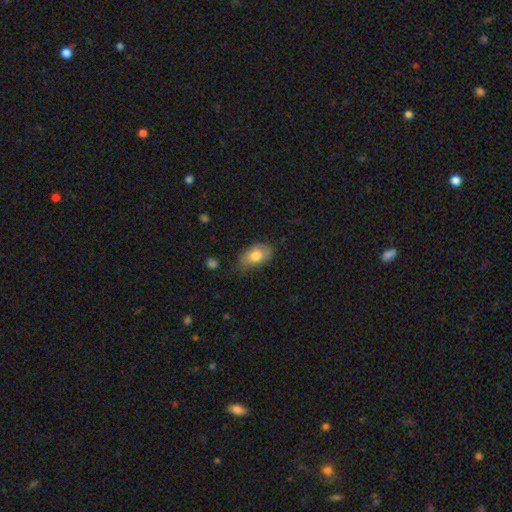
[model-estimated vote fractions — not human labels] Overall: smooth (75%). How rounded: in between (91%). Merging: none (64%; minor disturbance 29%).